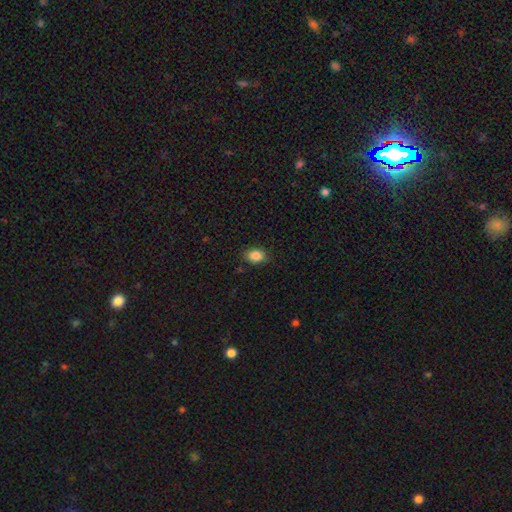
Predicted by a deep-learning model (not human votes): A smooth galaxy with no disk features (86%) that is in between round and cigar-shaped (72%).

Vote fractions:
- Smooth or featured? smooth: 86% / star or artifact: 9% / featured or disk: 5%
- How rounded? in between: 72% / round: 27% / cigar-shaped: 1%
- Merging? none: 85% / minor disturbance: 11% / major disturbance: 3% / merger: 1%